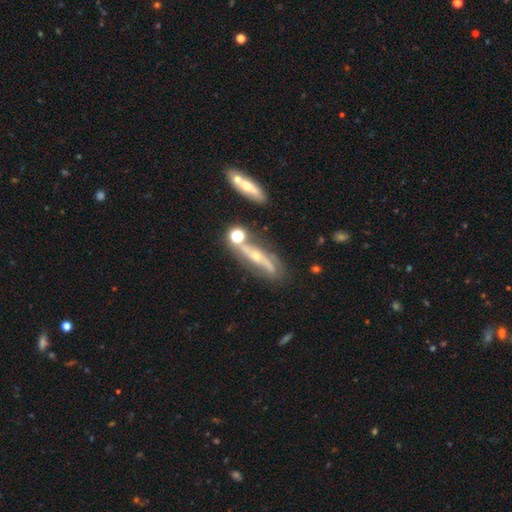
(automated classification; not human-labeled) Smooth or featured: featured or disk — 75% (smooth — 15%)
Edge-on disk: no — 58% (yes — 42%)
Merging: none — 63% (minor disturbance — 17%)